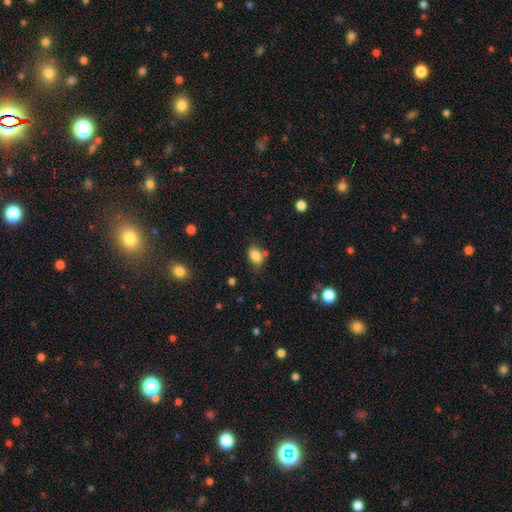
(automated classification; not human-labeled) smooth 83%, star or artifact 9%, featured or disk 7%. Down the decision tree: how rounded — in between (78%); merging — none (66%).